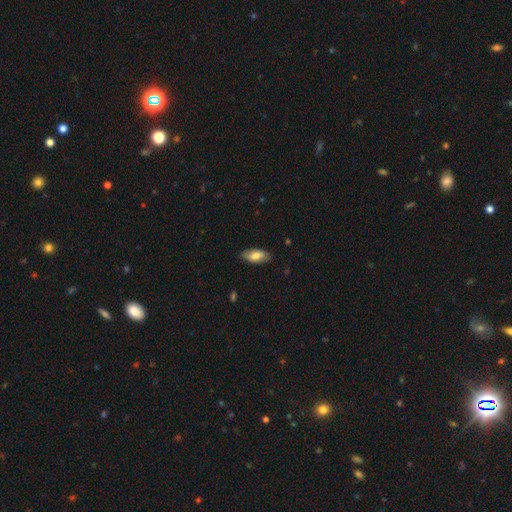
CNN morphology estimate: type=smooth (72%); roundness=in between (86%); merging=none (83%).